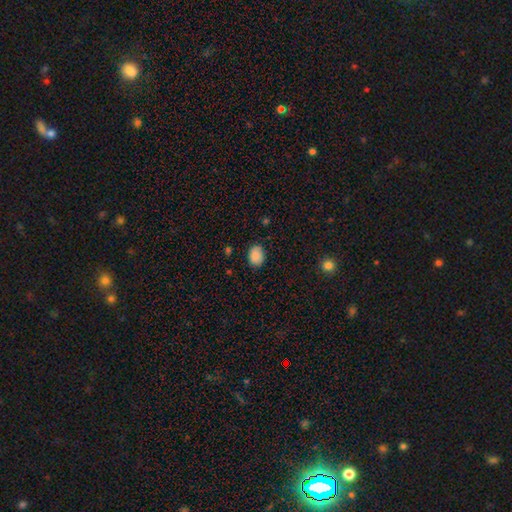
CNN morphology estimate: A smooth galaxy with no disk features (87%) that is in between round and cigar-shaped (64%). Merging: none (81%).